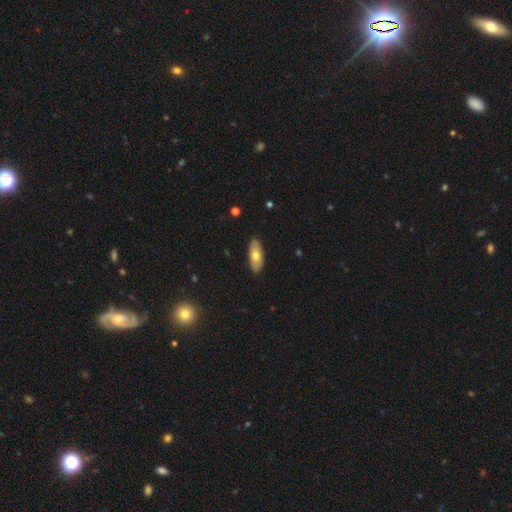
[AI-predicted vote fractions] A smooth galaxy with no disk features (64%) that is in between round and cigar-shaped (82%). Merging: none (88%).